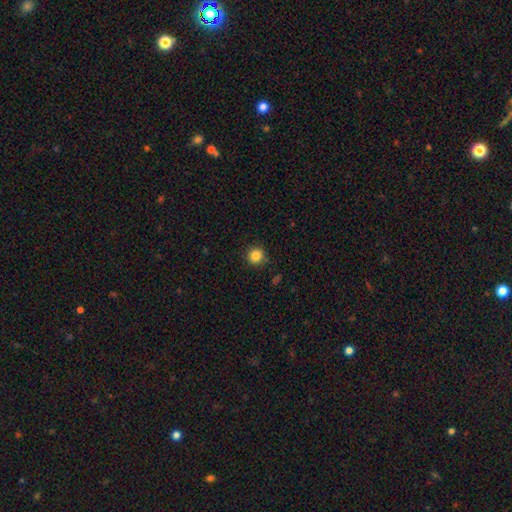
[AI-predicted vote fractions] Q: Smooth or featured?
A: smooth (85%); runner-up: star or artifact (11%)
Q: How rounded?
A: round (94%); runner-up: in between (5%)
Q: Merging?
A: none (89%); runner-up: minor disturbance (8%)